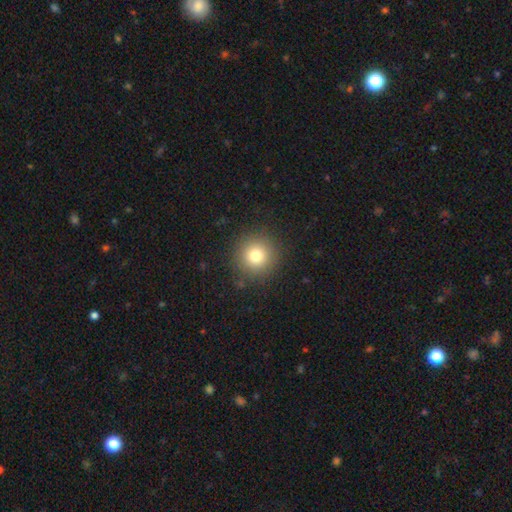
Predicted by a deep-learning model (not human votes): A smooth galaxy with no disk features (78%) that is round (95%). Merging: none (89%).